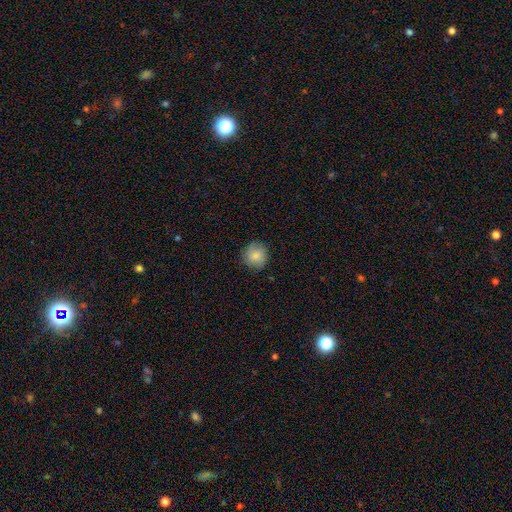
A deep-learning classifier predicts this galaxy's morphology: smooth_or_featured: smooth (p=0.82) [alt: featured or disk p=0.10]
how_rounded: round (p=0.88) [alt: in between p=0.11]
merging: none (p=0.82) [alt: minor disturbance p=0.14]